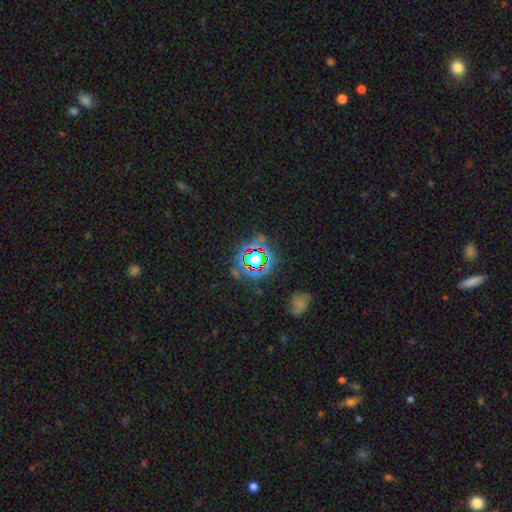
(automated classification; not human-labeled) Smooth or featured: star or artifact — 76% (smooth — 14%)